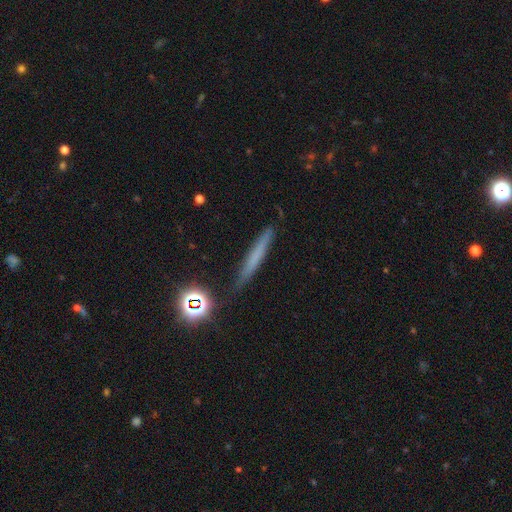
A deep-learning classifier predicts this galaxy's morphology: Smooth or featured? smooth (55%)
How rounded? cigar-shaped (94%)
Merging? none (85%)